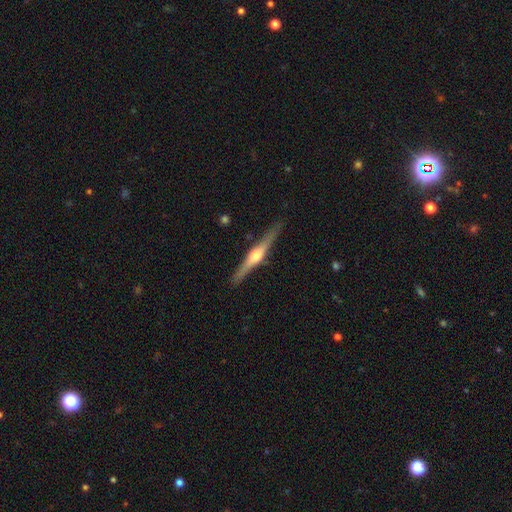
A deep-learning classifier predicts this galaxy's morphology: This is likely a featured or disk galaxy (78%). It is clearly viewed edge-on (98%). Edge-on bulge: clearly rounded (90%). Merging: clearly none (89%).